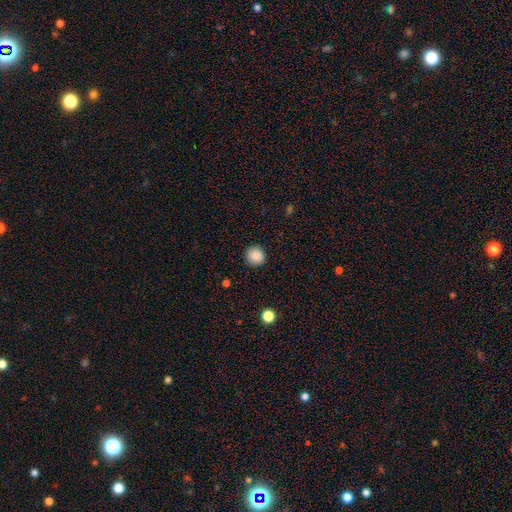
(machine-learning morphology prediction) A smooth galaxy with no disk features (88%) that is round (93%).

Vote fractions:
- Smooth or featured? smooth: 88% / star or artifact: 9% / featured or disk: 3%
- How rounded? round: 93% / in between: 6% / cigar-shaped: 1%
- Merging? none: 92% / minor disturbance: 6% / major disturbance: 2% / merger: 1%